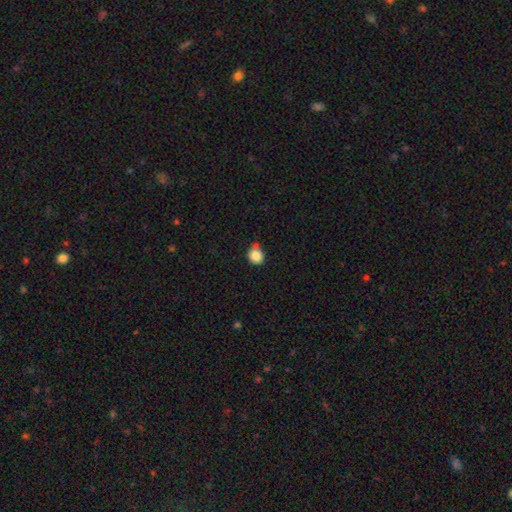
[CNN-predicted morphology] The model was most divided on "merging": none: 64%, merger: 16%, minor disturbance: 16%, major disturbance: 4%. More confident: smooth or featured — smooth (85%); how rounded — round (84%).